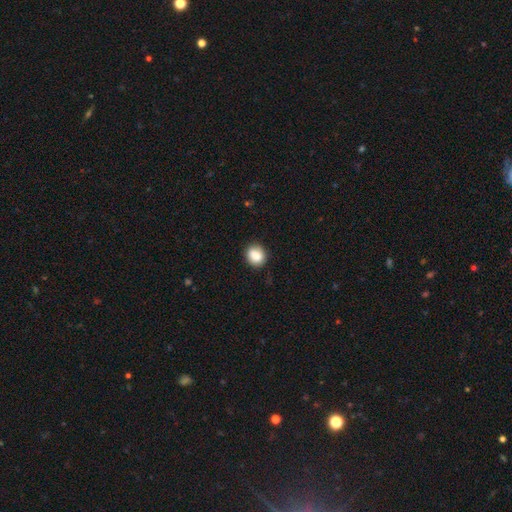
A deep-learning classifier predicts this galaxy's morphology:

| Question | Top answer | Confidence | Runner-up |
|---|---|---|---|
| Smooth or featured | smooth | 85% | star or artifact (9%) |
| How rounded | round | 72% | in between (27%) |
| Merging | none | 84% | minor disturbance (12%) |